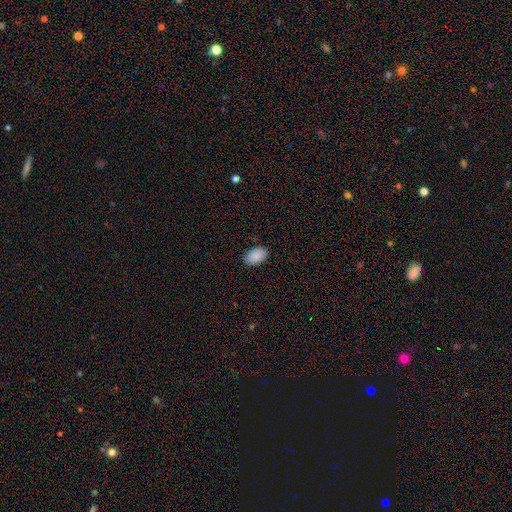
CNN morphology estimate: This is clearly a smooth galaxy (90%). How rounded: clearly in between (92%). Merging: clearly none (88%).